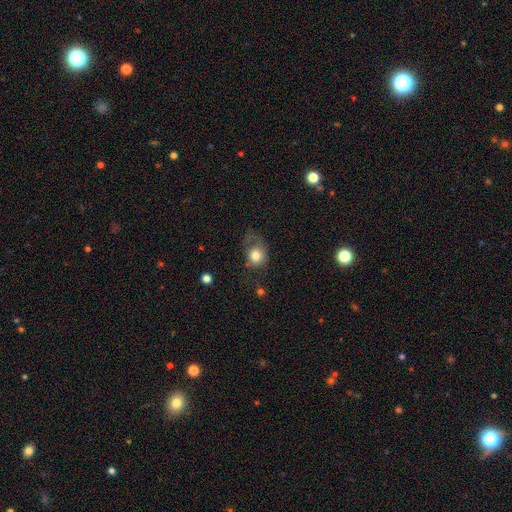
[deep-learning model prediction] A smooth galaxy with no disk features (73%) that is round (61%). Merging: major disturbance (39%).